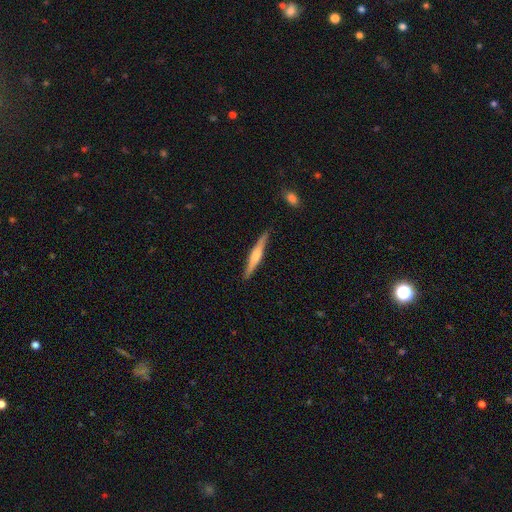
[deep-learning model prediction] Smooth or featured? Predicted: featured or disk (p=0.56). Edge-on disk? Predicted: yes (p=0.97). Edge-on bulge? Predicted: rounded (p=0.55). Merging? Predicted: none (p=0.87).